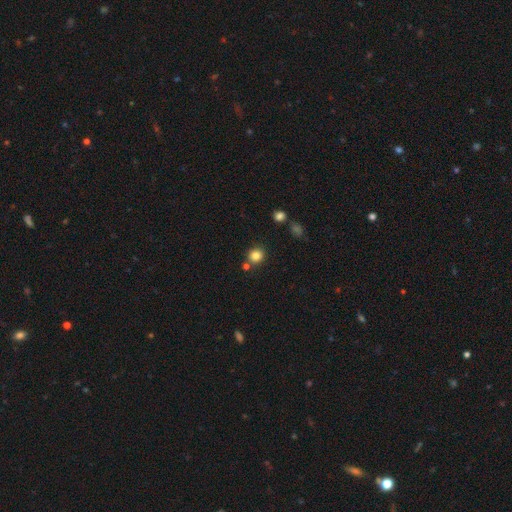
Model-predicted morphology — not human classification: Smooth or featured? Predicted: smooth (p=0.83). How rounded? Predicted: round (p=0.87). Merging? Predicted: none (p=0.79).